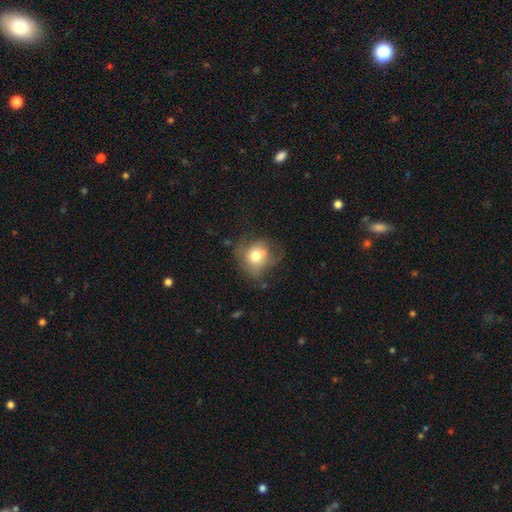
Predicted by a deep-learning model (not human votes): Smooth or featured? Predicted: smooth (p=0.69). How rounded? Predicted: round (p=0.73). Merging? Predicted: none (p=0.48).